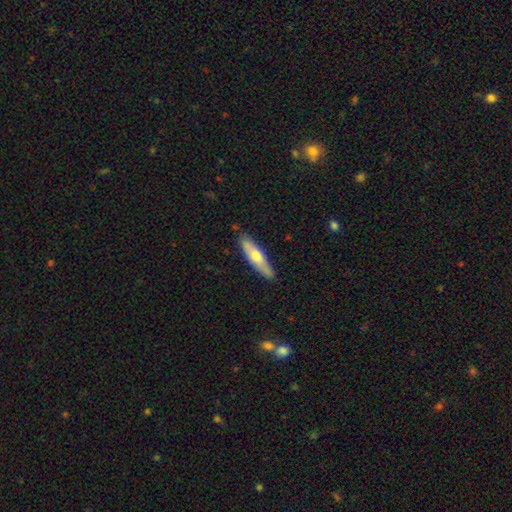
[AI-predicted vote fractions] Smooth or featured? smooth (56%)
How rounded? cigar-shaped (74%)
Merging? none (84%)